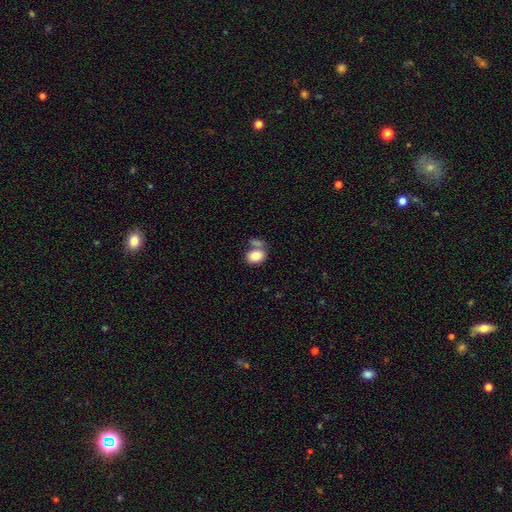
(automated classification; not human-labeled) Smooth or featured? Predicted: smooth (p=0.82). How rounded? Predicted: in between (p=0.75). Merging? Predicted: none (p=0.45).